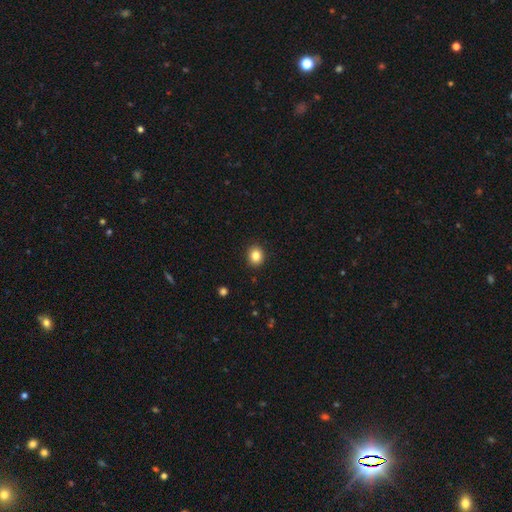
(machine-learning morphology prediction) Q: Smooth or featured?
A: smooth (84%); runner-up: star or artifact (10%)
Q: How rounded?
A: round (72%); runner-up: in between (28%)
Q: Merging?
A: none (91%); runner-up: minor disturbance (6%)